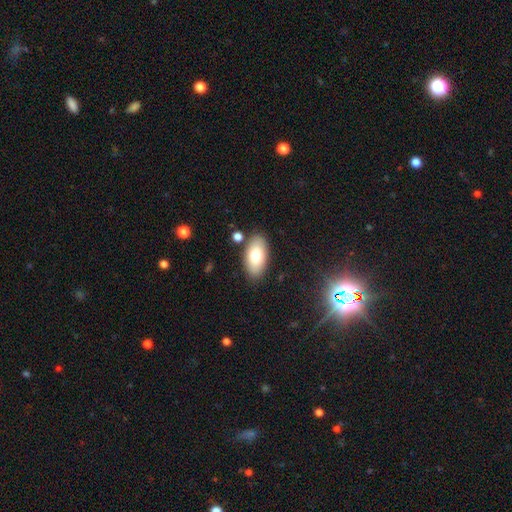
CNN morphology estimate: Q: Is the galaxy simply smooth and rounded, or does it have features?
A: smooth — 76%.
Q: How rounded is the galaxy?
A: in between — 94%.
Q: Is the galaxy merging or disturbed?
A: none — 84%.